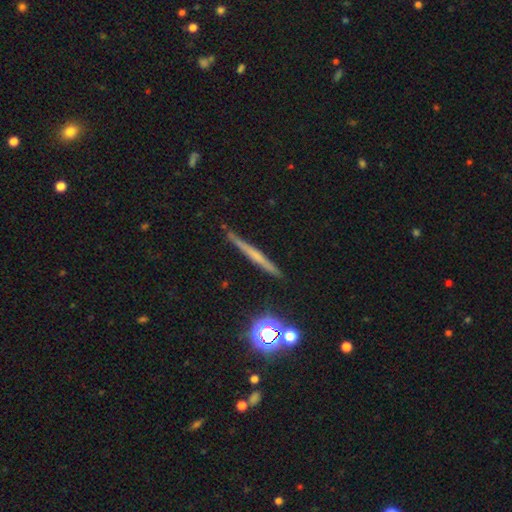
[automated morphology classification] smooth-or-featured: featured or disk: 49% | smooth: 39% | star or artifact: 13%
  merging: none: 89% | minor disturbance: 8% | merger: 2% | major disturbance: 2%